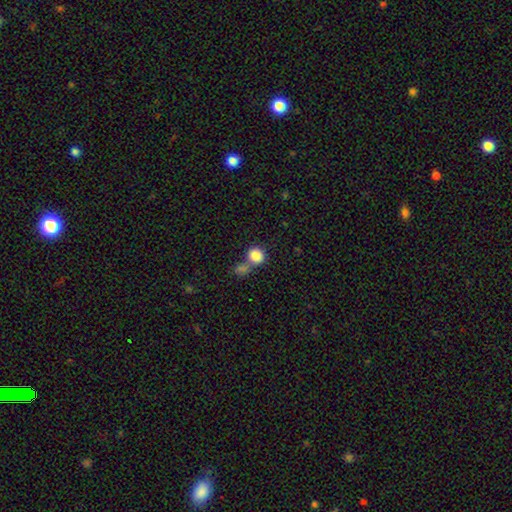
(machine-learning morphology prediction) smooth_or_featured: smooth (p=0.85) [alt: star or artifact p=0.09]
how_rounded: round (p=0.82) [alt: in between p=0.17]
merging: none (p=0.48) [alt: merger p=0.38]